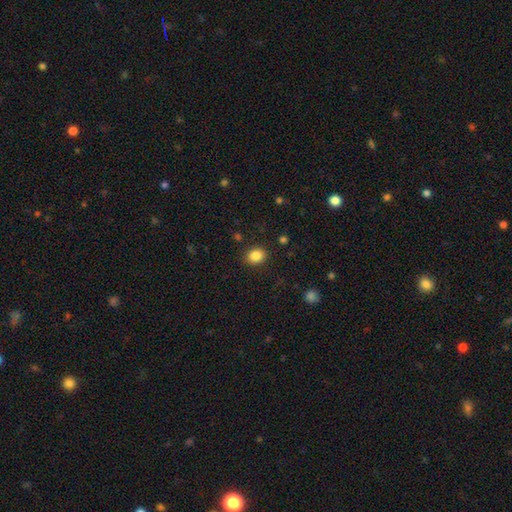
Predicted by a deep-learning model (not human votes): Smooth or featured? smooth (85%)
How rounded? round (57%)
Merging? none (89%)